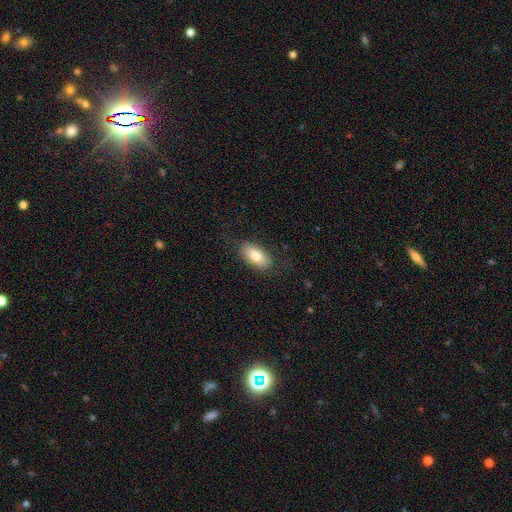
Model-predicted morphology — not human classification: Smooth or featured? Predicted: smooth (p=0.78). How rounded? Predicted: in between (p=0.90). Merging? Predicted: none (p=0.79).